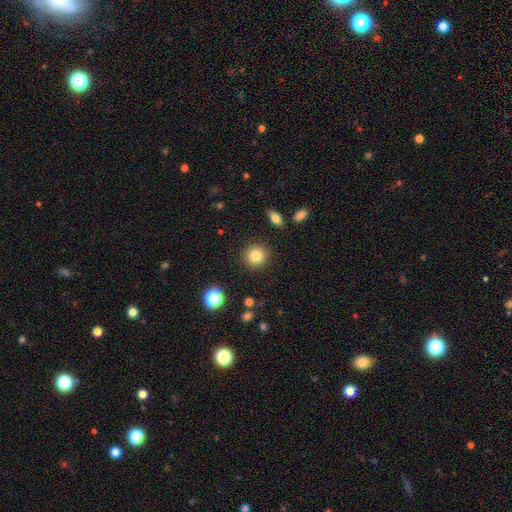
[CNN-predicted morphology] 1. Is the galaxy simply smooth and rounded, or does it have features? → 83% smooth, 10% star or artifact, 6% featured or disk.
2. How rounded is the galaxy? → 91% round, 8% in between, 1% cigar-shaped.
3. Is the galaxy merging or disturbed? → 89% none, 7% minor disturbance, 3% major disturbance, 2% merger.